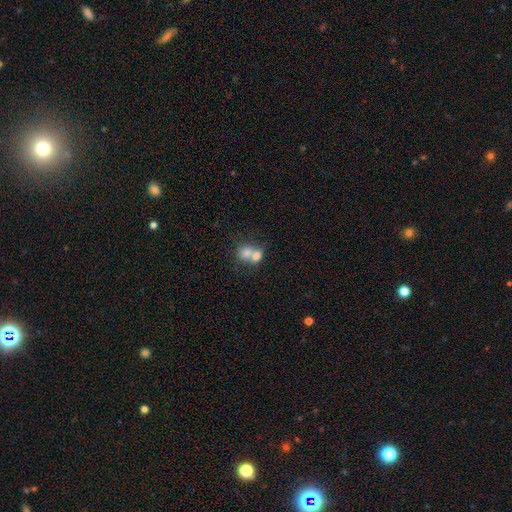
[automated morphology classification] smooth-or-featured: smooth: 73% | featured or disk: 17% | star or artifact: 10%
  how-rounded: in between: 60% | round: 38% | cigar-shaped: 2%
  merging: merger: 68% | none: 22% | minor disturbance: 6% | major disturbance: 4%